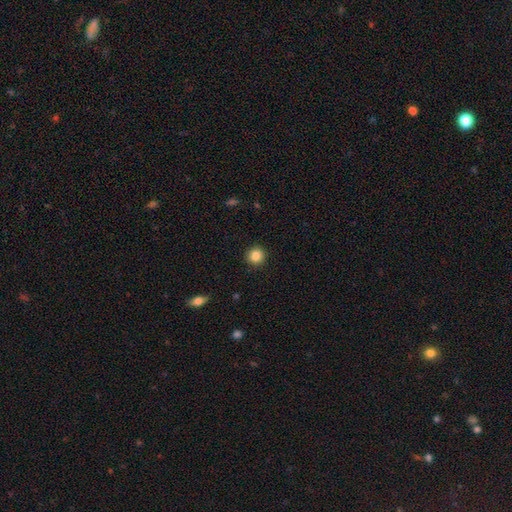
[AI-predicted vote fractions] A smooth galaxy with no disk features (85%) that is round (94%).

Vote fractions:
- Smooth or featured? smooth: 85% / star or artifact: 10% / featured or disk: 4%
- How rounded? round: 94% / in between: 5% / cigar-shaped: 1%
- Merging? none: 92% / minor disturbance: 5% / major disturbance: 2% / merger: 1%